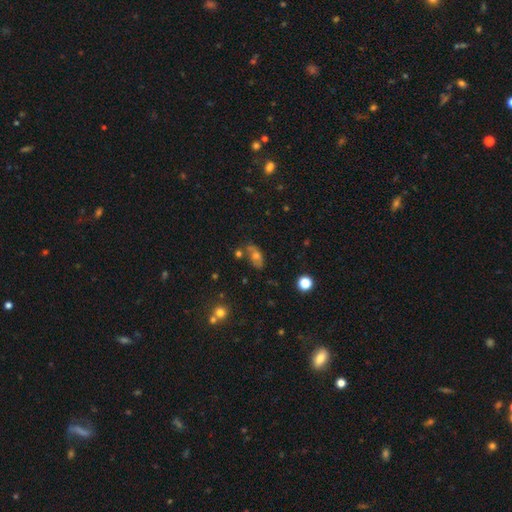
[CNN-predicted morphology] smooth-or-featured: smooth: 52% | featured or disk: 29% | star or artifact: 19%
  how-rounded: in between: 79% | round: 13% | cigar-shaped: 8%
  merging: none: 60% | minor disturbance: 19% | merger: 14% | major disturbance: 7%